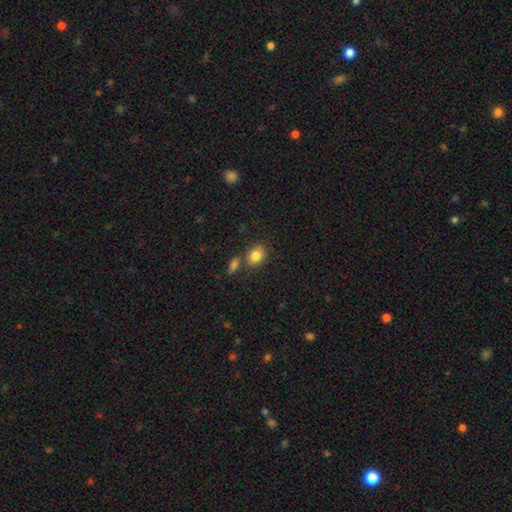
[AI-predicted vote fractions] This is clearly a smooth galaxy (84%). How rounded: likely in between (66%). Merging: likely none (64%).